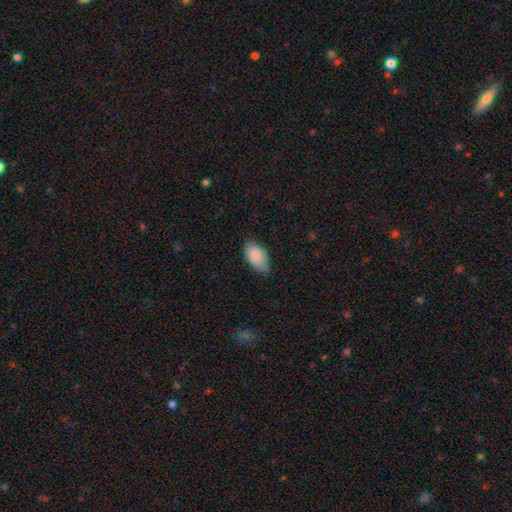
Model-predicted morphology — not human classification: Overall: smooth (85%). How rounded: in between (95%). Merging: none (74%).